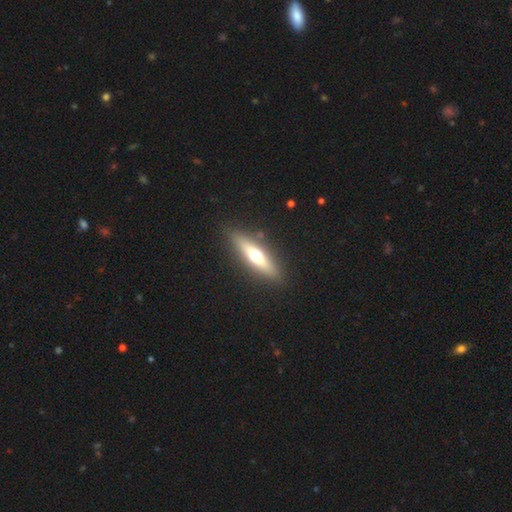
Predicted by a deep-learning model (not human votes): Q: Smooth or featured?
A: featured or disk (50%); runner-up: smooth (44%)
Q: Merging?
A: none (88%); runner-up: minor disturbance (8%)